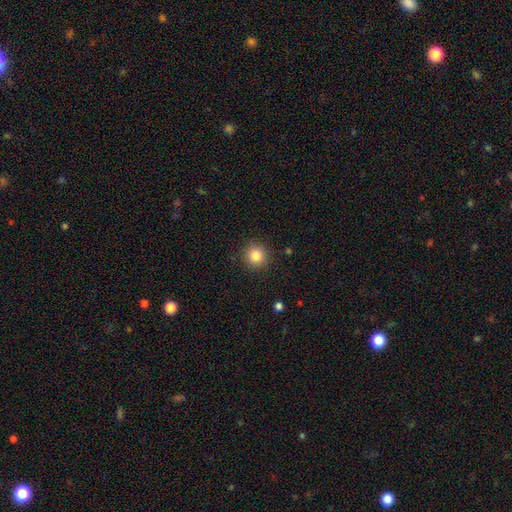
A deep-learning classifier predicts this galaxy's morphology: type=smooth (84%); roundness=round (93%); merging=none (91%).